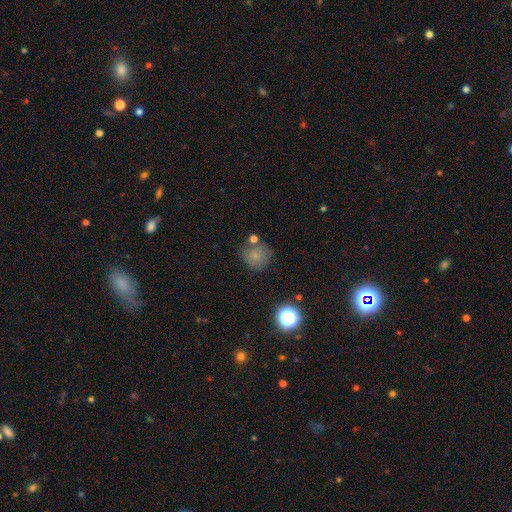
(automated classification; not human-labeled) Smooth or featured: smooth — 77% (star or artifact — 14%)
How rounded: round — 90% (in between — 9%)
Merging: none — 68% (minor disturbance — 14%)